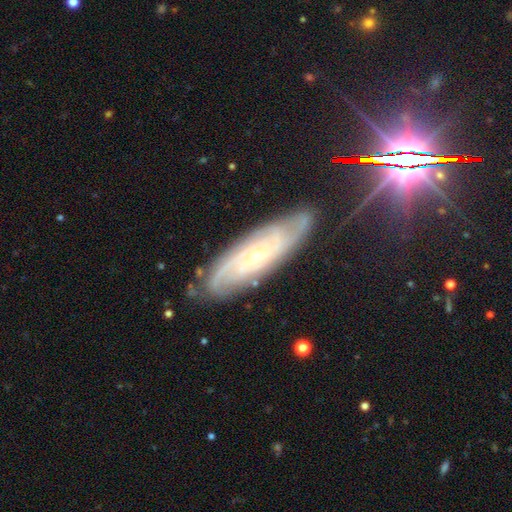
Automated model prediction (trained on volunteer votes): smooth_or_featured: featured or disk (p=0.82) [alt: smooth p=0.11]
disk_edge_on: no (p=0.85) [alt: yes p=0.15]
bar: no (p=0.76) [alt: weak p=0.19]
has_spiral_arms: yes (p=0.95) [alt: no p=0.05]
spiral_winding: tight (p=0.70) [alt: medium p=0.24]
spiral_arm_count: can't tell (p=0.40) [alt: 2 p=0.19]
bulge_size: small (p=0.76) [alt: moderate p=0.21]
merging: none (p=0.79) [alt: minor disturbance p=0.15]